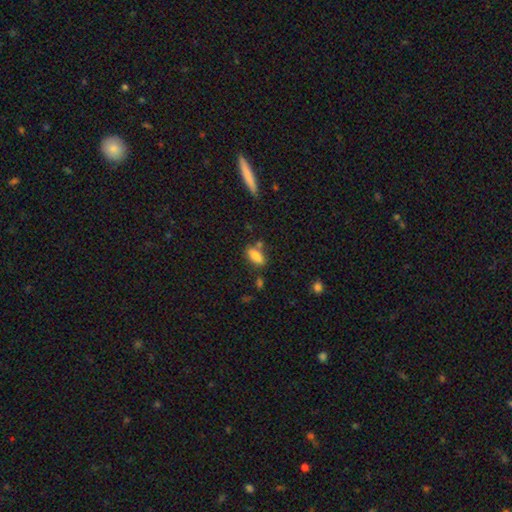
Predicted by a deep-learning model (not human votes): Smooth or featured: smooth — 85% (star or artifact — 8%)
How rounded: in between — 84% (cigar-shaped — 13%)
Merging: none — 69% (minor disturbance — 15%)